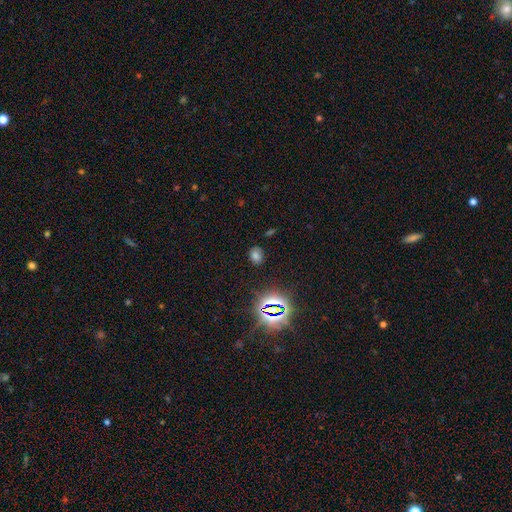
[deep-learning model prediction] smooth 64%, star or artifact 28%, featured or disk 8%. Down the decision tree: how rounded — in between (62%); merging — none (82%).